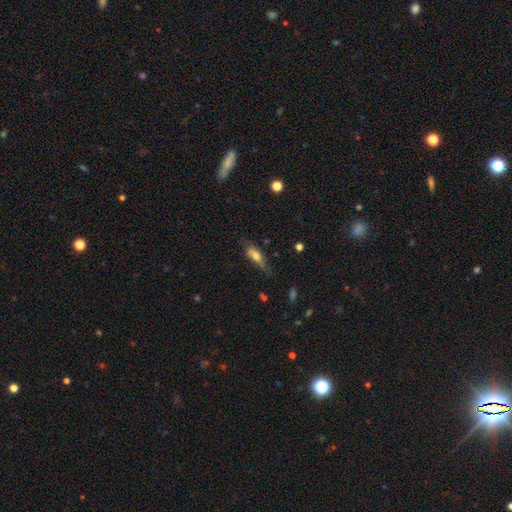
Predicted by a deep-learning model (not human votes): Smooth or featured?
  - smooth: 62% *
  - featured or disk: 31%
  - star or artifact: 8%
How rounded?
  - in between: 57% *
  - cigar-shaped: 40%
  - round: 3%
Merging?
  - none: 58% *
  - minor disturbance: 29%
  - major disturbance: 10%
  - merger: 3%